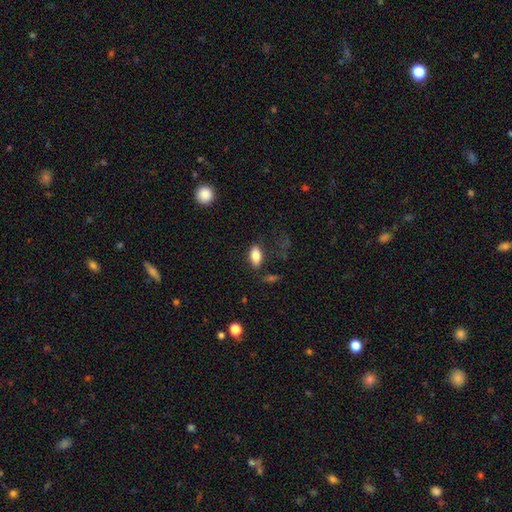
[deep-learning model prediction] This appears to be a smooth galaxy with no disk features (83%) that is in between round and cigar-shaped (90%). Merging: none (77%).